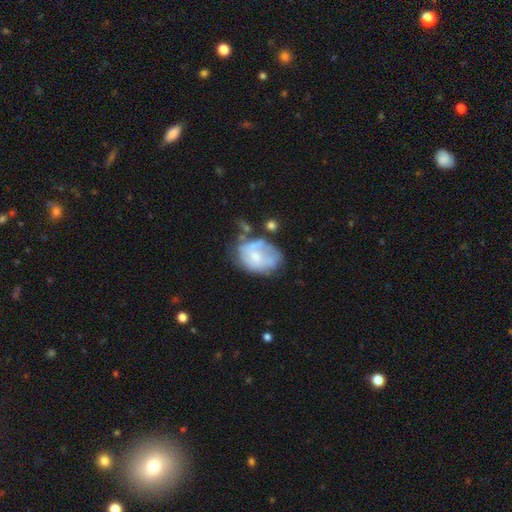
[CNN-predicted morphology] Smooth or featured? featured or disk (48%)
Merging? none (37%)